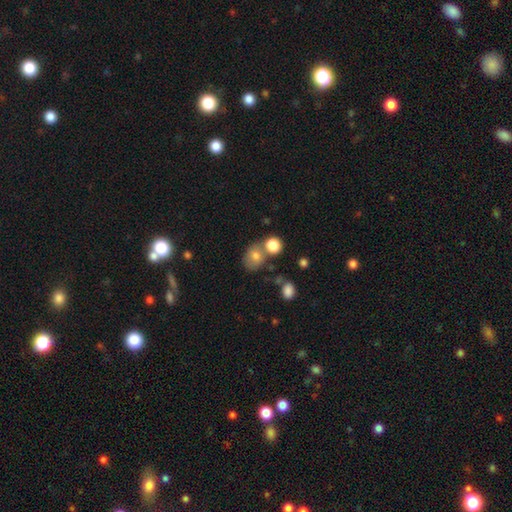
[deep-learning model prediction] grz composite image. It shows a smooth galaxy with no disk features (76%) that is round (53%). Merging: none (50%).